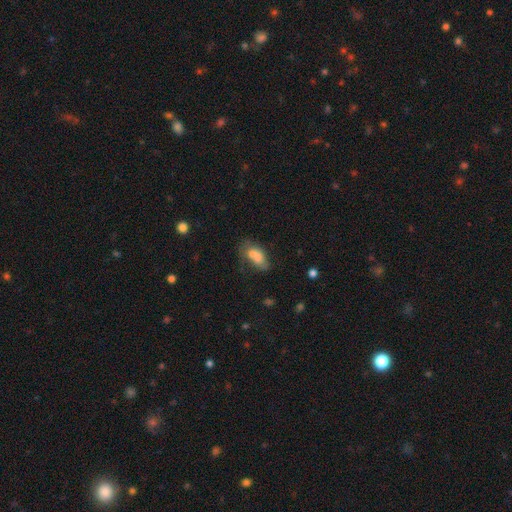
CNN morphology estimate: smooth-or-featured: smooth: 69% | featured or disk: 21% | star or artifact: 10%
  how-rounded: in between: 85% | round: 9% | cigar-shaped: 6%
  merging: merger: 38% | none: 29% | minor disturbance: 20% | major disturbance: 13%